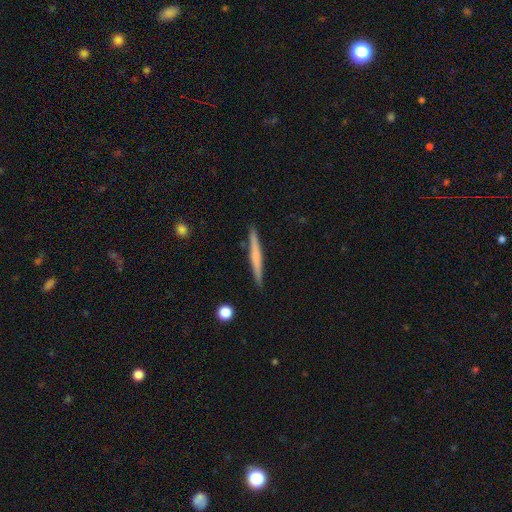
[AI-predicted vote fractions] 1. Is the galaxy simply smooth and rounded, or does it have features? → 47% smooth (tied), 47% featured or disk (tied), 6% star or artifact.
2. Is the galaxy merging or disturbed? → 91% none, 7% minor disturbance, 1% merger, 1% major disturbance.